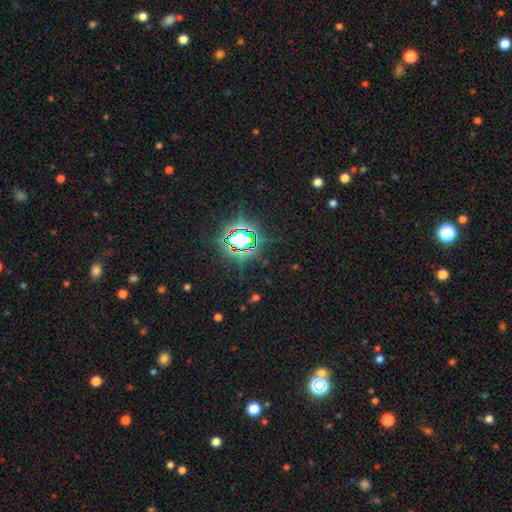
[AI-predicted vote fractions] A star or artifact, not a galaxy (84%).

Vote fractions:
- Smooth or featured? star or artifact: 84% / smooth: 9% / featured or disk: 7%